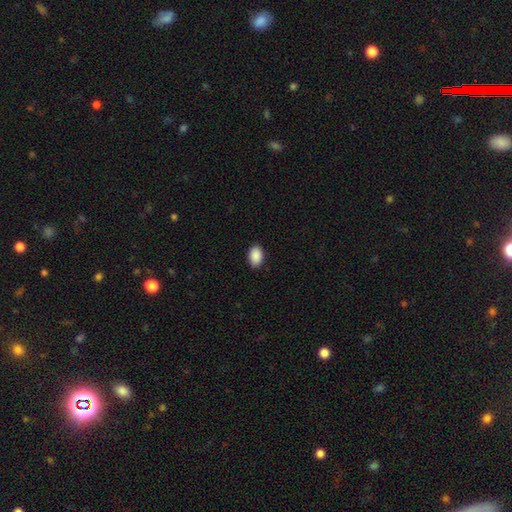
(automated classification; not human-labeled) A smooth galaxy with no disk features (91%) that is in between round and cigar-shaped (88%). Merging: none (89%).